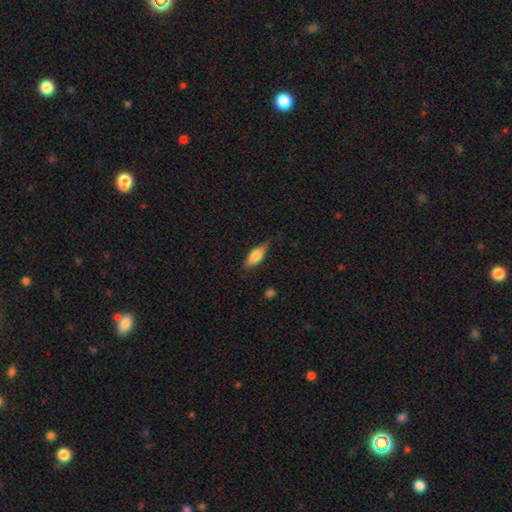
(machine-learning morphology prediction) Overall: smooth (71%). How rounded: in between (68%; cigar-shaped 30%). Merging: none (75%).